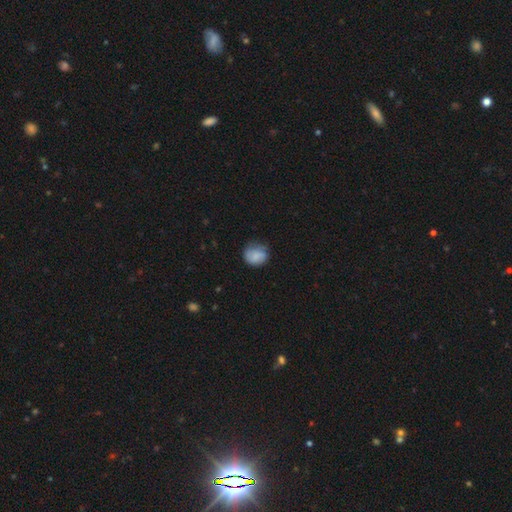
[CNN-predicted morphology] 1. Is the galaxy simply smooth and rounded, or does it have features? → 76% smooth, 16% featured or disk, 8% star or artifact.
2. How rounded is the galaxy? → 76% round, 23% in between, 1% cigar-shaped.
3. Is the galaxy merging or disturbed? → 66% none, 26% minor disturbance, 7% major disturbance, 1% merger.